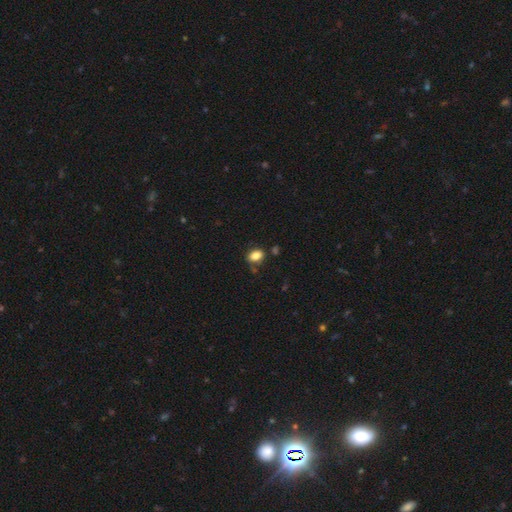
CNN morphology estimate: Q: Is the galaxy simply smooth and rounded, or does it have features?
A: smooth — 85%.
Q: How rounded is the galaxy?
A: in between — 81%.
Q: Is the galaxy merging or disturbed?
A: none — 76%.